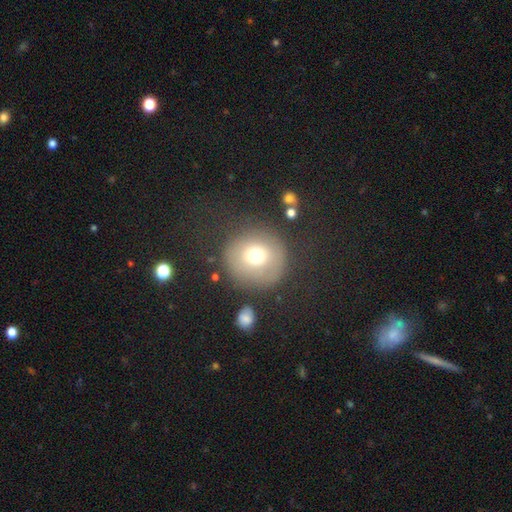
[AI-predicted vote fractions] Smooth or featured: smooth — 71% (featured or disk — 17%)
How rounded: round — 93% (in between — 6%)
Merging: none — 75% (minor disturbance — 13%)